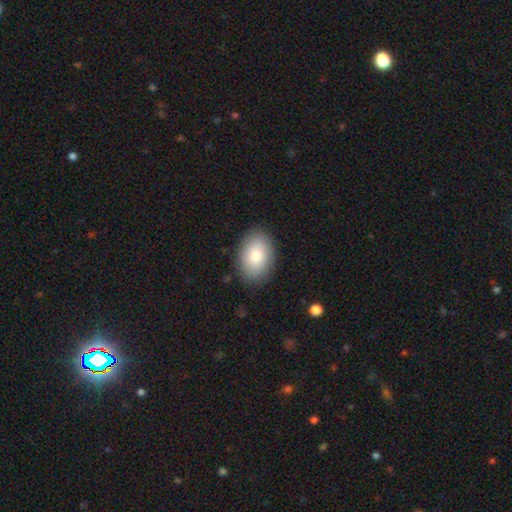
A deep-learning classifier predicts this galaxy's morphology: A smooth galaxy with no disk features (82%) that is in between round and cigar-shaped (86%).

Vote fractions:
- Smooth or featured? smooth: 82% / featured or disk: 11% / star or artifact: 6%
- How rounded? in between: 86% / round: 13% / cigar-shaped: 1%
- Merging? none: 86% / minor disturbance: 11% / major disturbance: 3% / merger: 1%